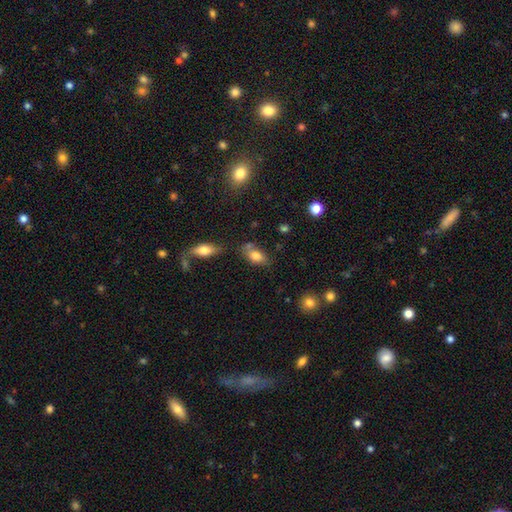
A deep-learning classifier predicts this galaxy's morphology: A smooth galaxy with no disk features (79%) that is in between round and cigar-shaped (87%). Merging: none (62%).